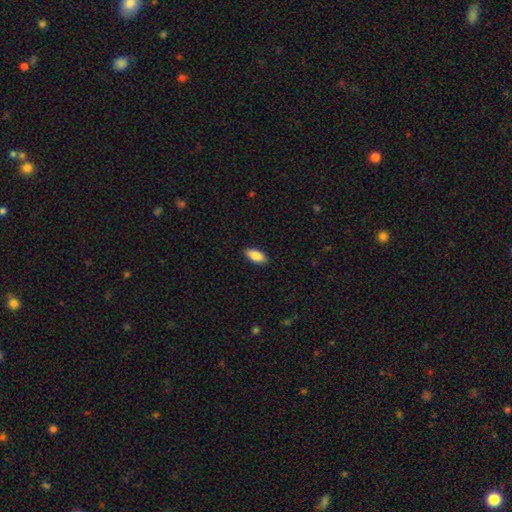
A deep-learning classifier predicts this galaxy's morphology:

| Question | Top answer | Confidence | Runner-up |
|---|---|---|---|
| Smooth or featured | smooth | 86% | featured or disk (7%) |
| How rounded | in between | 86% | cigar-shaped (12%) |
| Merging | none | 87% | minor disturbance (10%) |